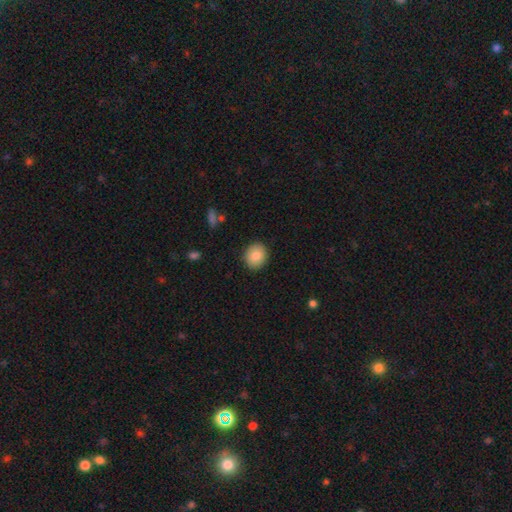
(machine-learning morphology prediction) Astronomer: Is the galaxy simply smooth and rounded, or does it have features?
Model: smooth — 86%.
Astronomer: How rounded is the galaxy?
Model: round — 67%.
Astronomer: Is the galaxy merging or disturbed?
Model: none — 89%.